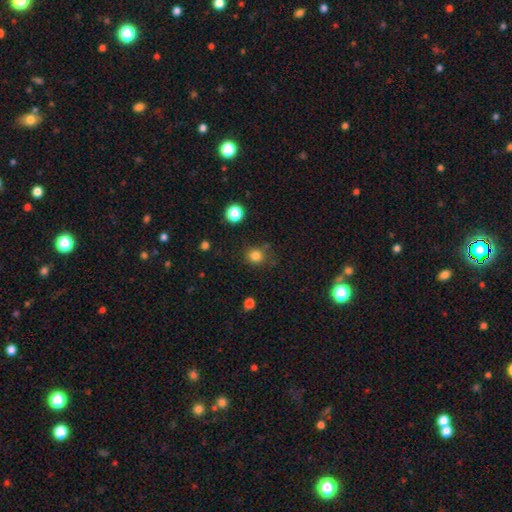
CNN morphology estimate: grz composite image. It shows a smooth galaxy with no disk features (81%) that is round (84%). Merging: none (77%).